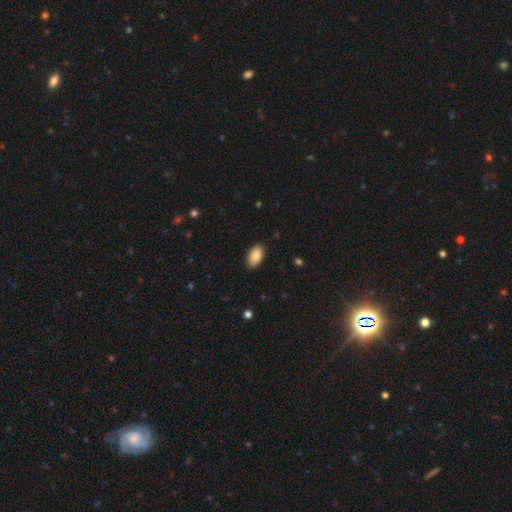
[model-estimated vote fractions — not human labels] This is clearly a smooth galaxy (88%). How rounded: clearly in between (94%). Merging: clearly none (87%).